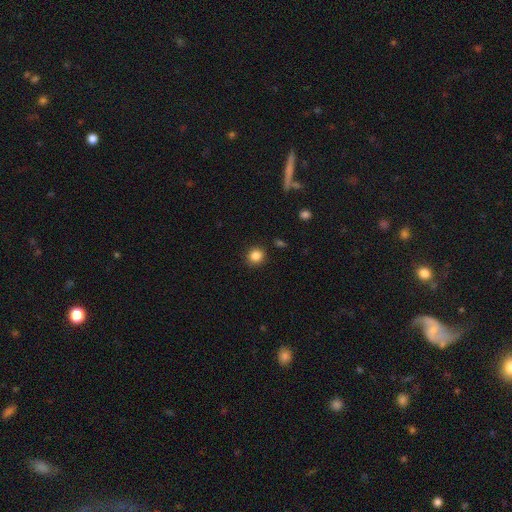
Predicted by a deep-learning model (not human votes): Morphology: type=smooth (85%); roundness=round (87%); merging=none (90%).